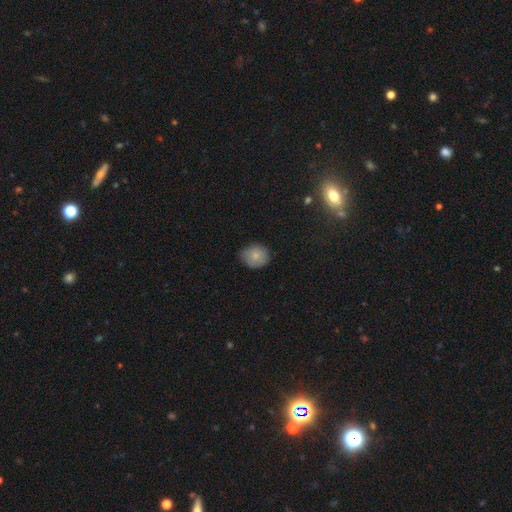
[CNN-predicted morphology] smooth 80%, featured or disk 12%, star or artifact 8%. Down the decision tree: how rounded — round (68%); merging — none (77%).